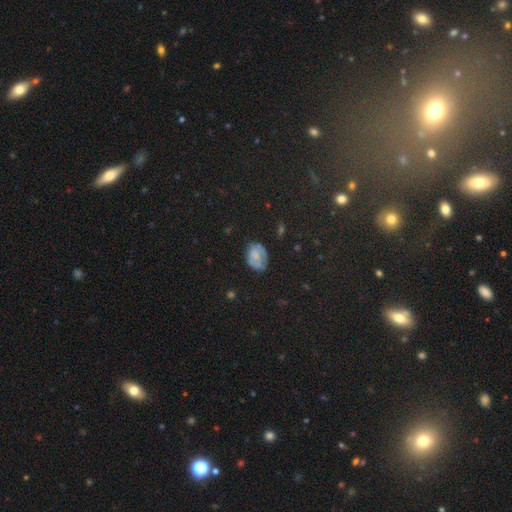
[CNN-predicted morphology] The model was most divided on "smooth or featured": smooth: 50%, featured or disk: 29%, star or artifact: 21%. More confident: merging — none (60%).